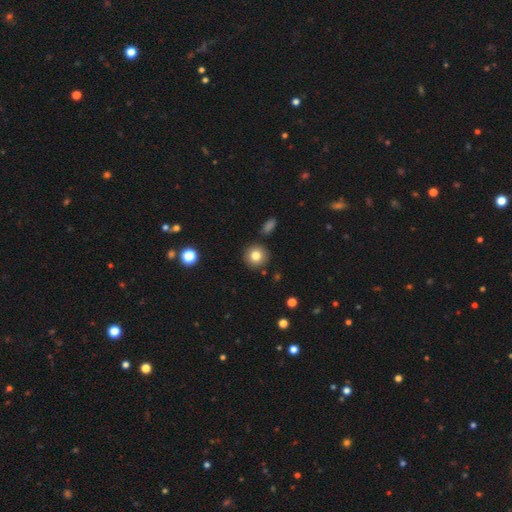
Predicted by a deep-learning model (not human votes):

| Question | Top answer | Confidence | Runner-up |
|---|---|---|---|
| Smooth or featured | smooth | 81% | star or artifact (10%) |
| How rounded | round | 92% | in between (7%) |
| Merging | none | 88% | minor disturbance (7%) |